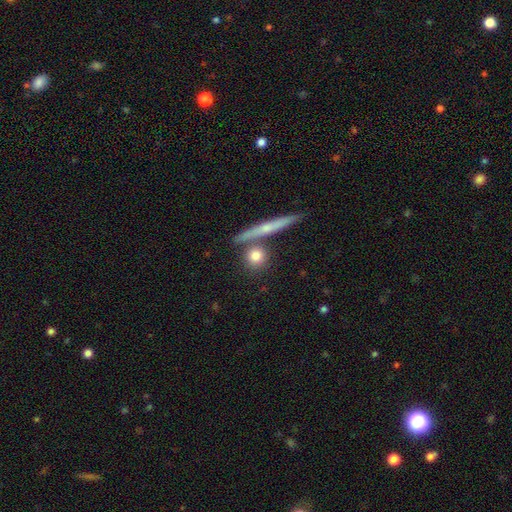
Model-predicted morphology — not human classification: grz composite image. It shows a smooth galaxy with no disk features (76%) that is round (78%). Merging: none (73%).